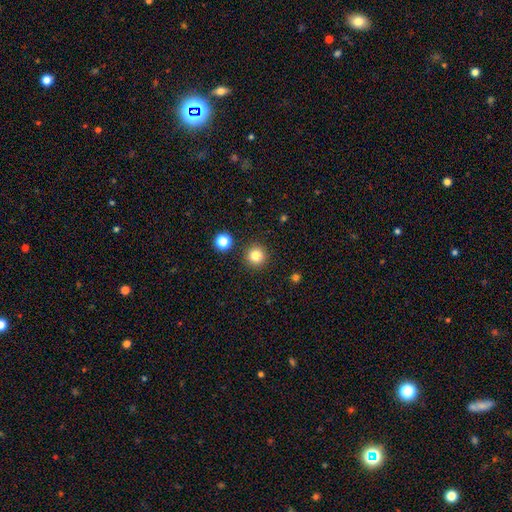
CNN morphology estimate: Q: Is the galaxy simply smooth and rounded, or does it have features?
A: smooth — 83%.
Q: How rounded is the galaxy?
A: round — 95%.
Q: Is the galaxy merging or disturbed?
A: none — 90%.